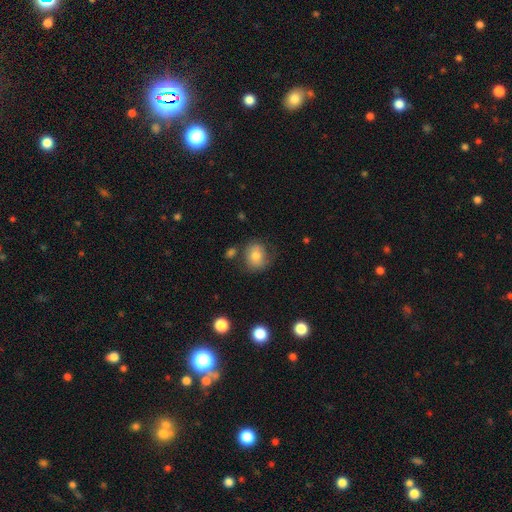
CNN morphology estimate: A smooth galaxy with no disk features (73%) that is round (70%). Merging: none (65%).